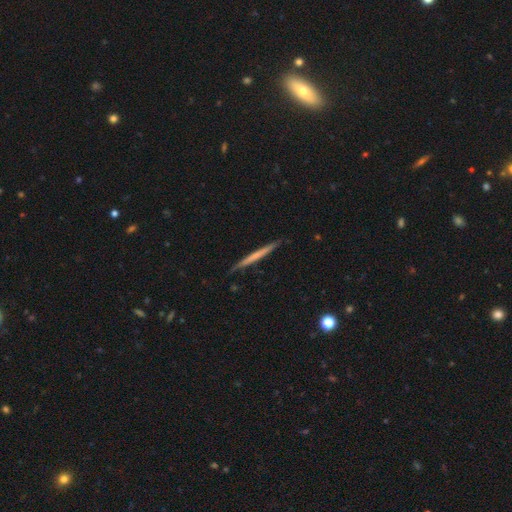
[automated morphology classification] Smooth or featured: featured or disk — 50% (smooth — 45%)
Merging: none — 90% (minor disturbance — 7%)